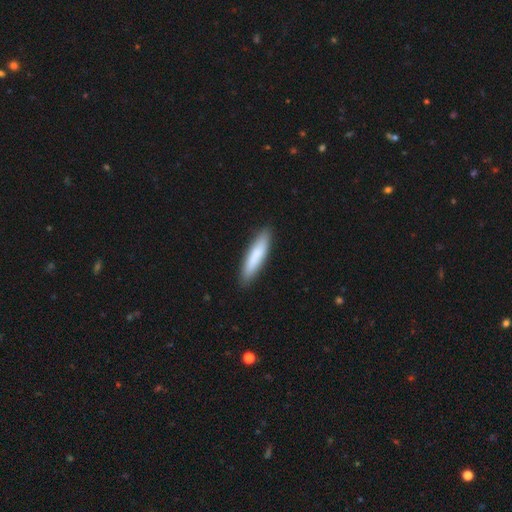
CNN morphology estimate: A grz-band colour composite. It shows a smooth galaxy with no disk features (81%) that is cigar-shaped (78%). Merging: none (88%).